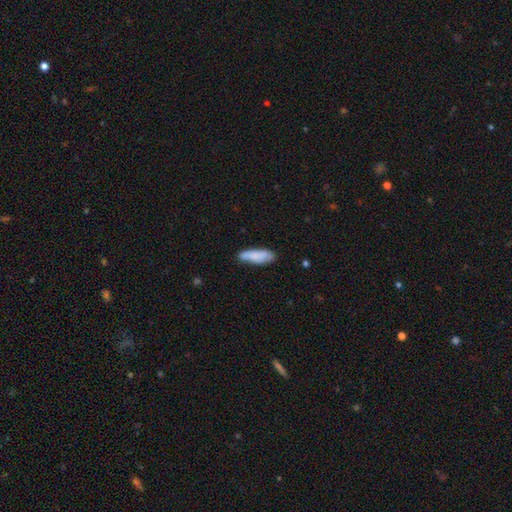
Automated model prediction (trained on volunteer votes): Smooth or featured? Predicted: smooth (p=0.79). How rounded? Predicted: in between (p=0.50). Merging? Predicted: none (p=0.66).